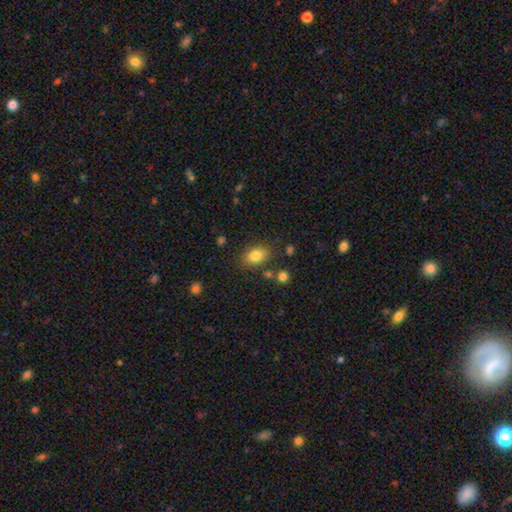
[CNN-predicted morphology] The model was most divided on "how rounded": in between: 76%, round: 22%, cigar-shaped: 1%. More confident: smooth or featured — smooth (82%); merging — none (79%).